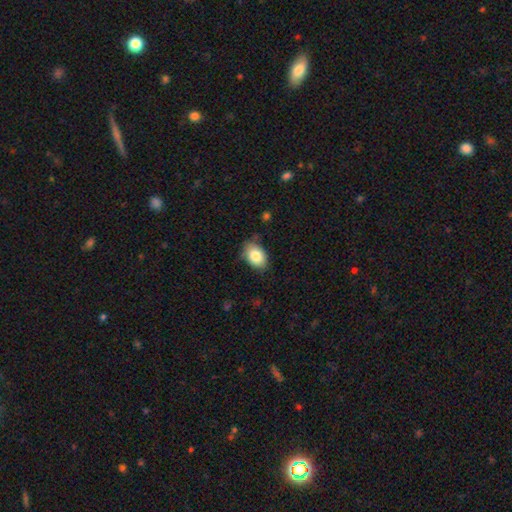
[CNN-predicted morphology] A smooth galaxy with no disk features (85%) that is in between round and cigar-shaped (83%). Merging: none (71%).